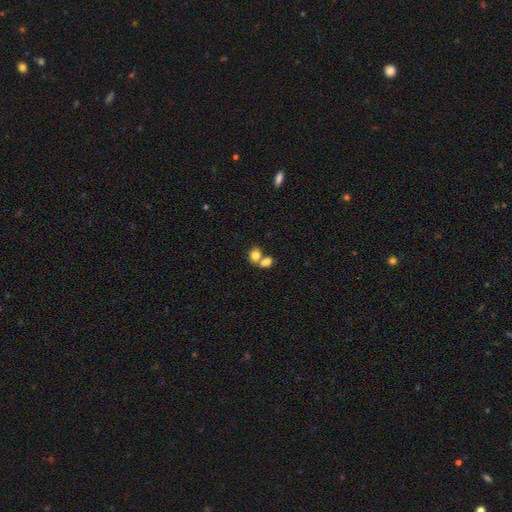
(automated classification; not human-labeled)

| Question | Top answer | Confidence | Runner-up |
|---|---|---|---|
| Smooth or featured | smooth | 81% | star or artifact (10%) |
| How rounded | in between | 58% | round (41%) |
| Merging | merger | 55% | none (33%) |